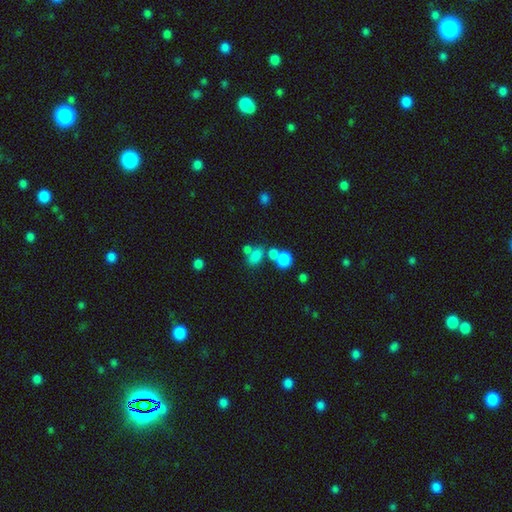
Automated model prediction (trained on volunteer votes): smooth-or-featured: smooth: 73% | star or artifact: 15% | featured or disk: 12%
  how-rounded: in between: 70% | round: 27% | cigar-shaped: 3%
  merging: merger: 41% | none: 39% | minor disturbance: 12% | major disturbance: 8%